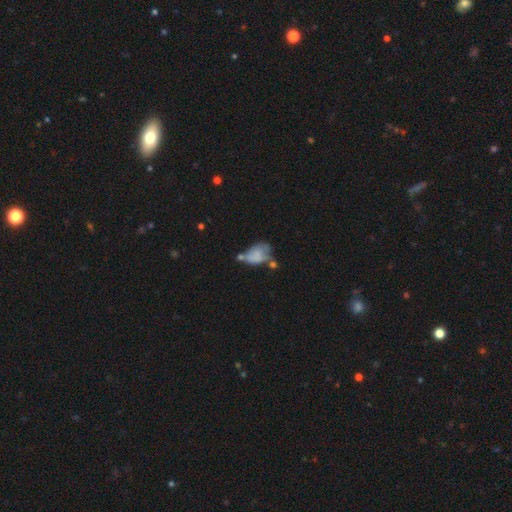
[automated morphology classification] Q: Smooth or featured?
A: smooth (65%); runner-up: featured or disk (25%)
Q: How rounded?
A: in between (84%); runner-up: round (15%)
Q: Merging?
A: merger (28%); runner-up: minor disturbance (25%)